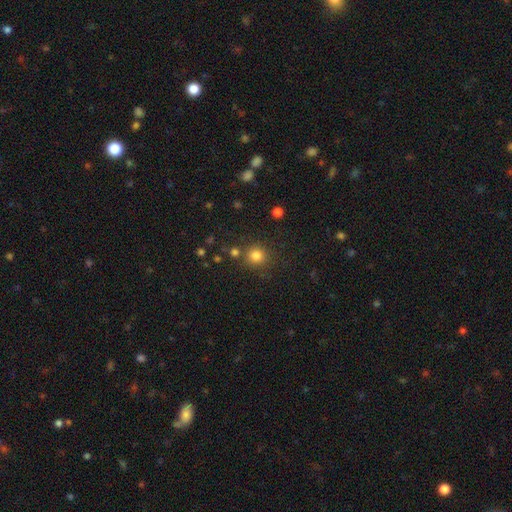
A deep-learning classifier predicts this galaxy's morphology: The model was most divided on "smooth or featured": smooth: 81%, star or artifact: 14%, featured or disk: 5%. More confident: how rounded — round (90%); merging — none (77%).